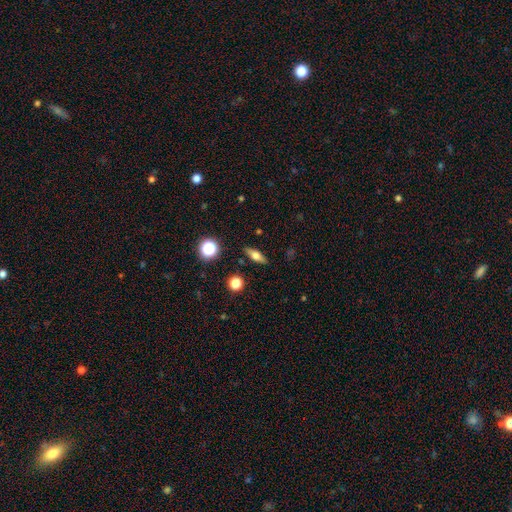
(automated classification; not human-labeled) Smooth or featured: smooth — 57% (featured or disk — 33%)
How rounded: in between — 56% (cigar-shaped — 35%)
Merging: none — 87% (minor disturbance — 9%)